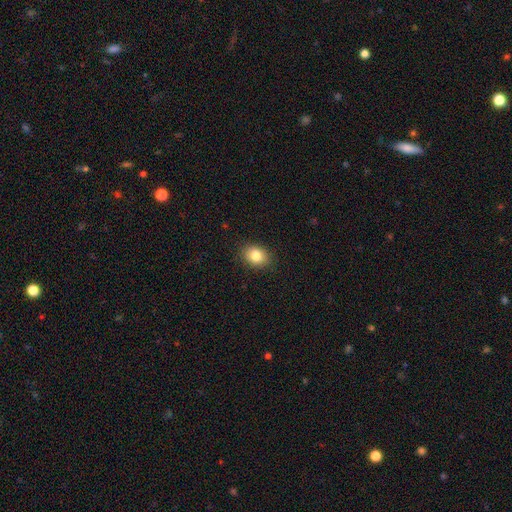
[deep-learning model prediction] The model was most divided on "how rounded": in between: 57%, round: 42%, cigar-shaped: 1%. More confident: merging — none (88%); smooth or featured — smooth (82%).